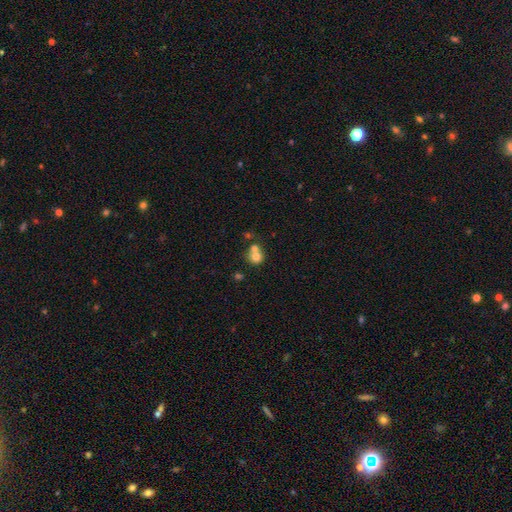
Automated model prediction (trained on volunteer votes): Morphology: type=smooth (72%); roundness=round (83%); merging=merger (54%).